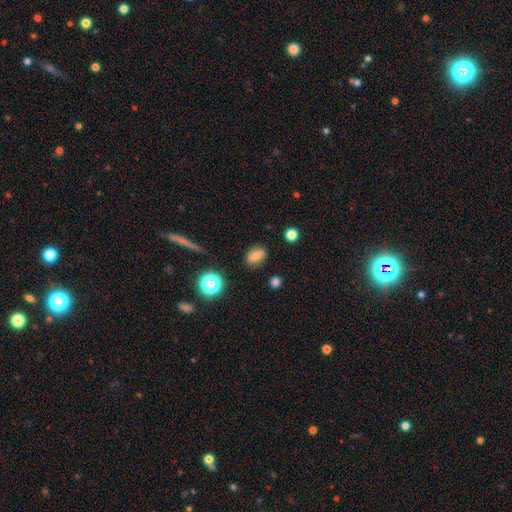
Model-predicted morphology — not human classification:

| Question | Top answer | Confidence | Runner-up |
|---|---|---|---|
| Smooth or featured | smooth | 75% | star or artifact (14%) |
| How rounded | in between | 72% | round (25%) |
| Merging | none | 81% | minor disturbance (13%) |